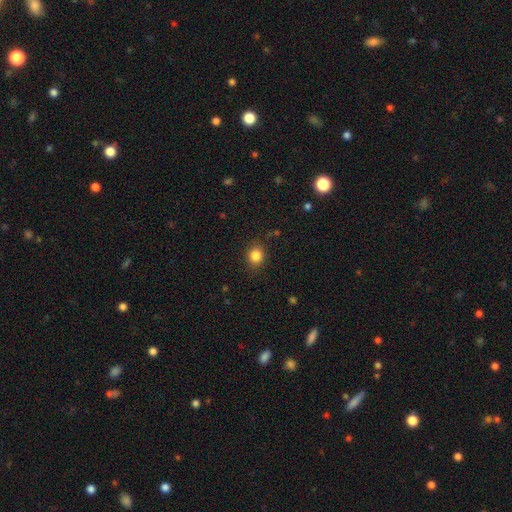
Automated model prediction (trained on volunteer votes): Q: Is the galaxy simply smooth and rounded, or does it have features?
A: smooth — 84%.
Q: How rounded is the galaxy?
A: round — 75%.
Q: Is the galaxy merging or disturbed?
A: none — 87%.